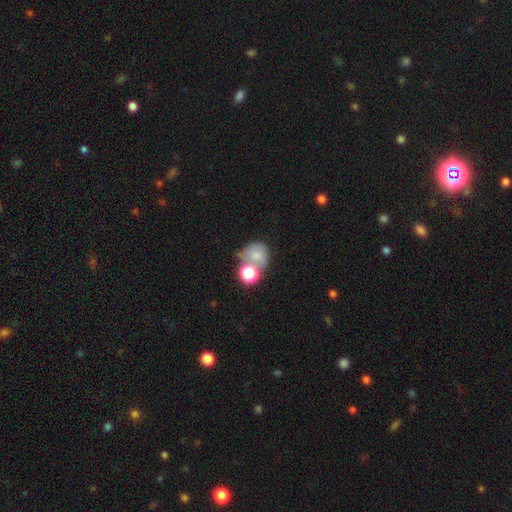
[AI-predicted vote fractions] smooth_or_featured: smooth (p=0.71) [alt: featured or disk p=0.16]
how_rounded: round (p=0.72) [alt: in between p=0.27]
merging: merger (p=0.40) [alt: none p=0.33]